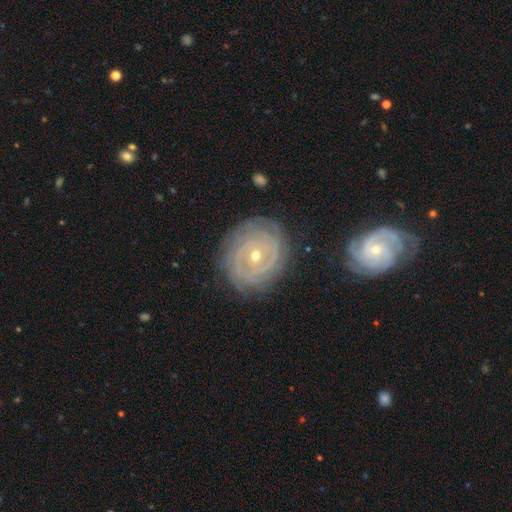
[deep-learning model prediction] Smooth or featured: featured or disk — 87% (smooth — 7%)
Edge-on disk: no — 97% (yes — 3%)
Bar: no — 64% (weak — 25%)
Spiral arms: yes — 95% (no — 5%)
Spiral winding: tight — 85% (medium — 12%)
Spiral arm count: can't tell — 27% (2 — 25%)
Bulge size: small — 58% (moderate — 40%)
Merging: none — 81% (minor disturbance — 13%)